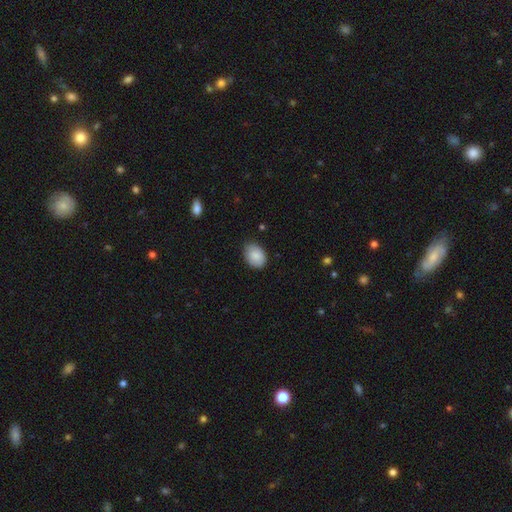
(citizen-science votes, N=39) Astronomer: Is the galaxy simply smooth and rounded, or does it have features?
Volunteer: smooth — 90%.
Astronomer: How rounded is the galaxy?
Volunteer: in between — 77%.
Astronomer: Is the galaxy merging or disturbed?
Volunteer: none — 78%.